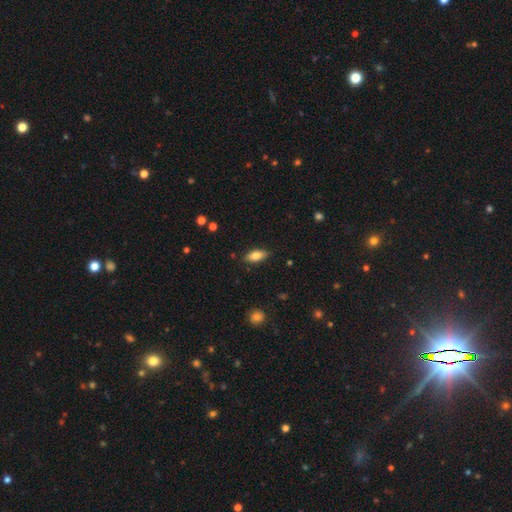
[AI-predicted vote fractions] Overall: smooth (78%). How rounded: in between (84%). Merging: none (86%).